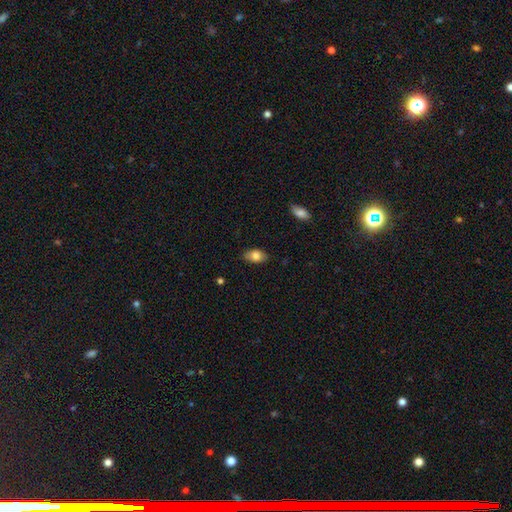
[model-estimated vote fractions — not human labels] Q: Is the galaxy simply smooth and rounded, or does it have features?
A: smooth — 82%.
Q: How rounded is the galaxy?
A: in between — 89%.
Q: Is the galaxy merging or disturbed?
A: none — 83%.